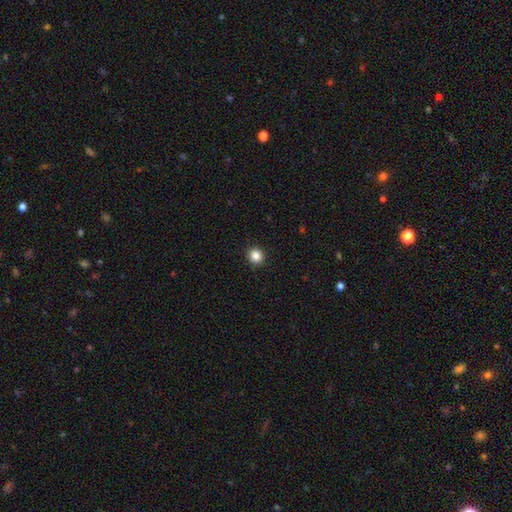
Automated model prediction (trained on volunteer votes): smooth-or-featured: smooth: 85% | star or artifact: 11% | featured or disk: 4%
  how-rounded: round: 90% | in between: 9% | cigar-shaped: 1%
  merging: none: 93% | minor disturbance: 5% | major disturbance: 2% | merger: 1%